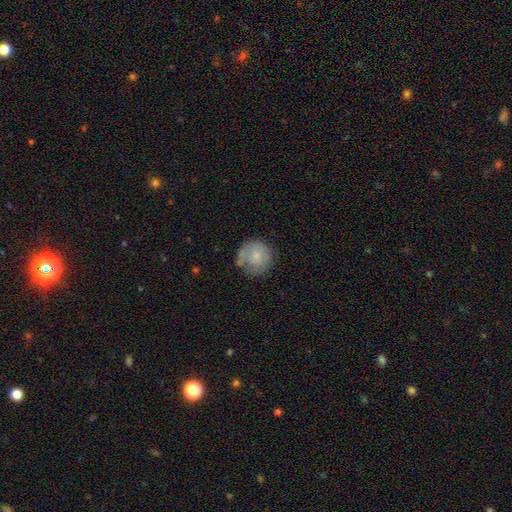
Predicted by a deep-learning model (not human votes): Q: Smooth or featured?
A: smooth (72%); runner-up: featured or disk (21%)
Q: How rounded?
A: round (93%); runner-up: in between (6%)
Q: Merging?
A: none (62%); runner-up: minor disturbance (23%)